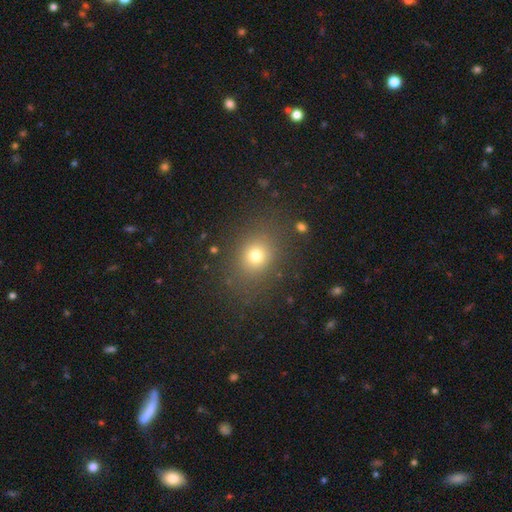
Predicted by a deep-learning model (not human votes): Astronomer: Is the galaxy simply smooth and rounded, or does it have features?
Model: smooth — 74%.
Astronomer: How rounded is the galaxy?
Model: round — 60% (runner-up: in between, 39%).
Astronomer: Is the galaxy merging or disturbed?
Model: none — 82%.